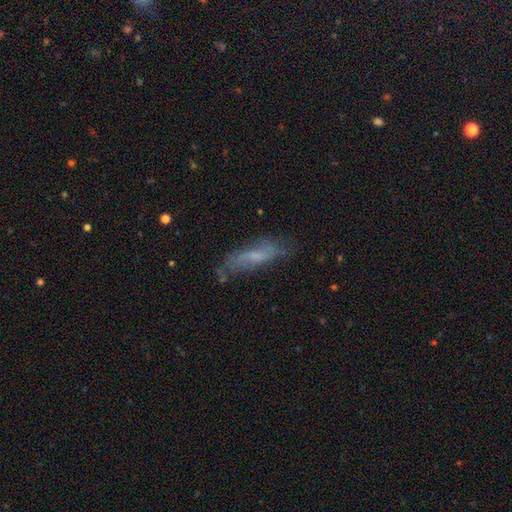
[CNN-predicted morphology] featured or disk 46%, smooth 45%, star or artifact 9%. Down the decision tree: merging — none (60%).